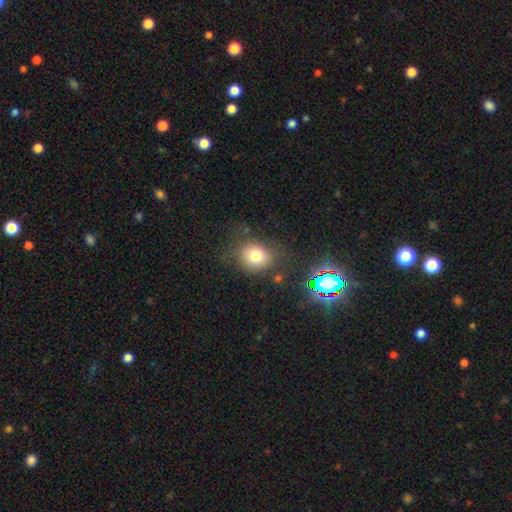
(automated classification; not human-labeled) A smooth galaxy with no disk features (76%) that is round (66%). Merging: none (70%).